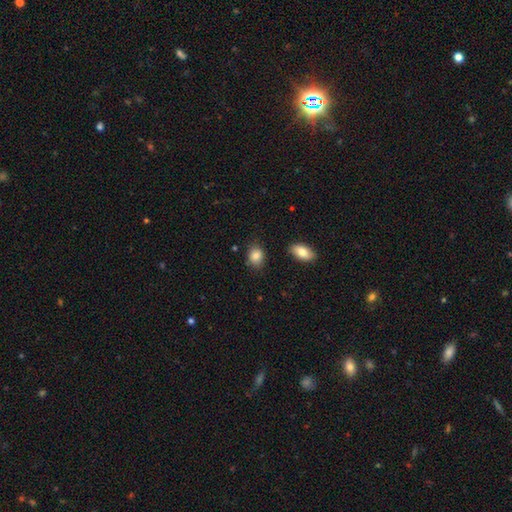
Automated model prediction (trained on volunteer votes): smooth_or_featured: smooth (p=0.85) [alt: star or artifact p=0.09]
how_rounded: in between (p=0.59) [alt: round p=0.39]
merging: none (p=0.79) [alt: minor disturbance p=0.15]